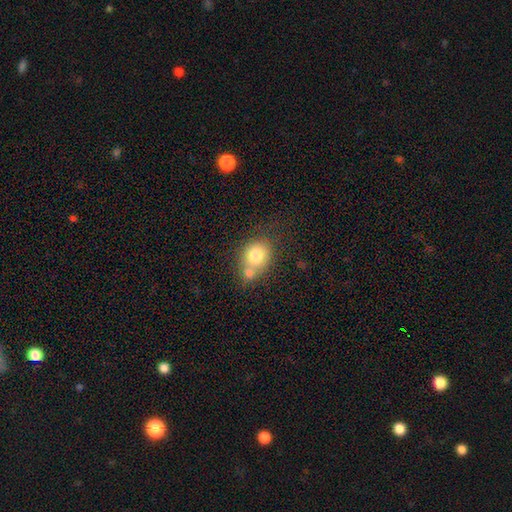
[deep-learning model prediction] smooth_or_featured: smooth (p=0.77) [alt: featured or disk p=0.14]
how_rounded: round (p=0.63) [alt: in between p=0.36]
merging: merger (p=0.45) [alt: none p=0.39]